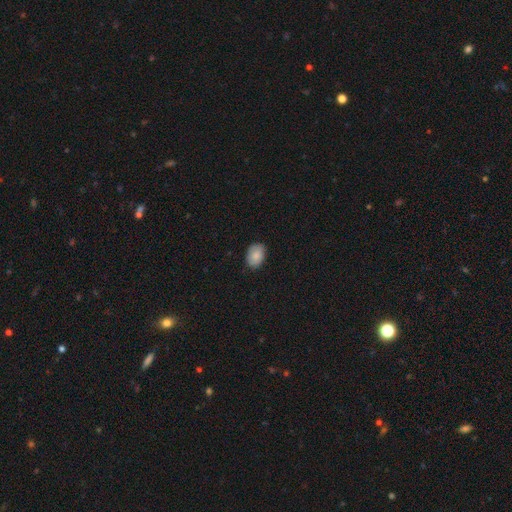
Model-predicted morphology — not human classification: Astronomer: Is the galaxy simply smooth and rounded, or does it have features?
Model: smooth — 86%.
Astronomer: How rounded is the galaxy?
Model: in between — 81%.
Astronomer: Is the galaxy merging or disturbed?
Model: none — 84%.